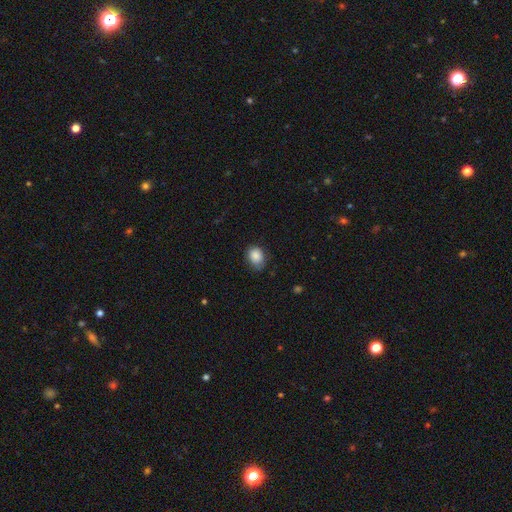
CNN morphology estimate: The model was most divided on "how rounded": in between: 55%, round: 44%, cigar-shaped: 1%. More confident: smooth or featured — smooth (87%); merging — none (69%).